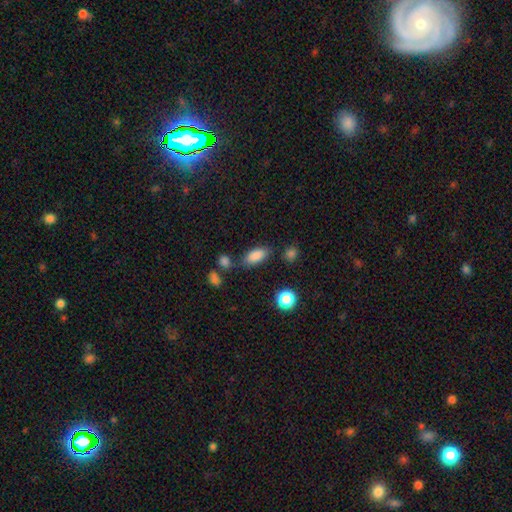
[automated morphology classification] smooth_or_featured: smooth (p=0.85) [alt: star or artifact p=0.09]
how_rounded: in between (p=0.88) [alt: cigar-shaped p=0.08]
merging: none (p=0.72) [alt: minor disturbance p=0.15]